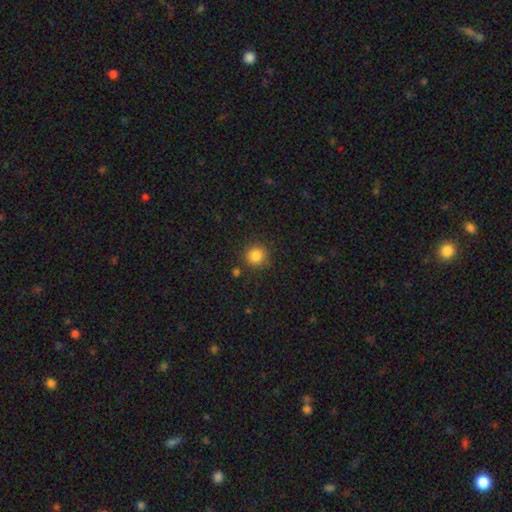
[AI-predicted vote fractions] A smooth galaxy with no disk features (85%) that is round (92%). Merging: none (85%).